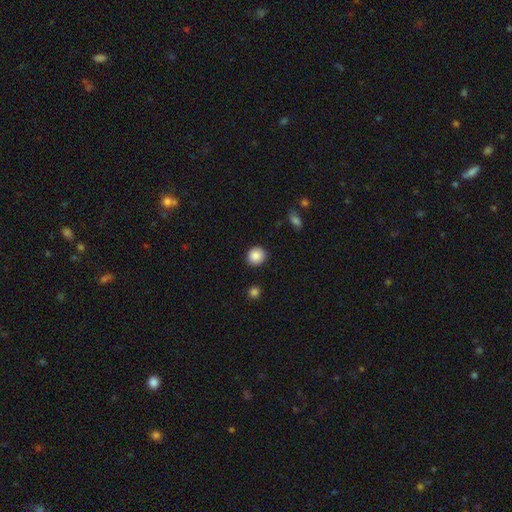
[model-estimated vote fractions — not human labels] Smooth or featured? Predicted: smooth (p=0.88). How rounded? Predicted: round (p=0.87). Merging? Predicted: none (p=0.90).